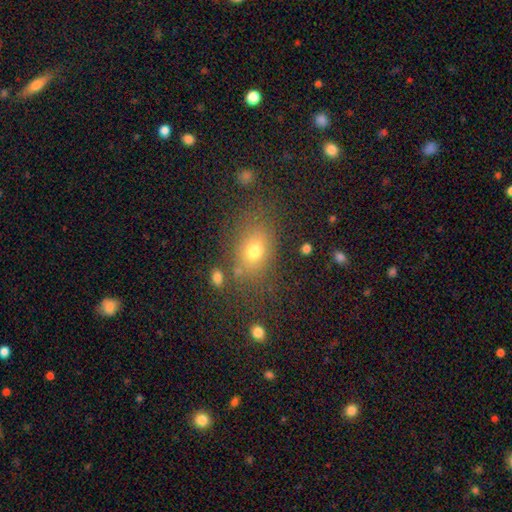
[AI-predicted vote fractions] smooth 65%, star or artifact 22%, featured or disk 13%. Down the decision tree: how rounded — in between (66%); merging — none (78%).